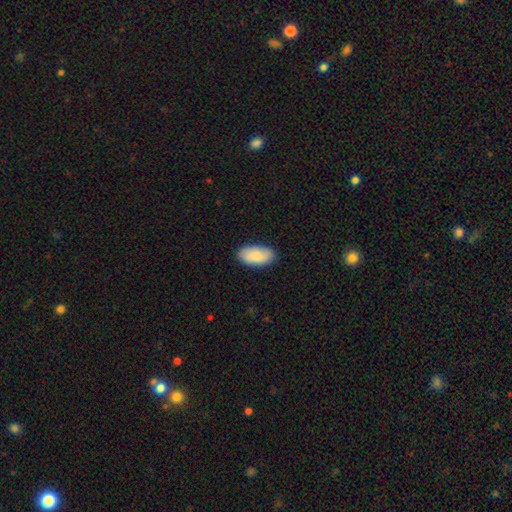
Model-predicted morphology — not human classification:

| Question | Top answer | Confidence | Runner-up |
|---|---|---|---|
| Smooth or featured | smooth | 82% | featured or disk (12%) |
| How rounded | in between | 95% | cigar-shaped (3%) |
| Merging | none | 87% | minor disturbance (10%) |